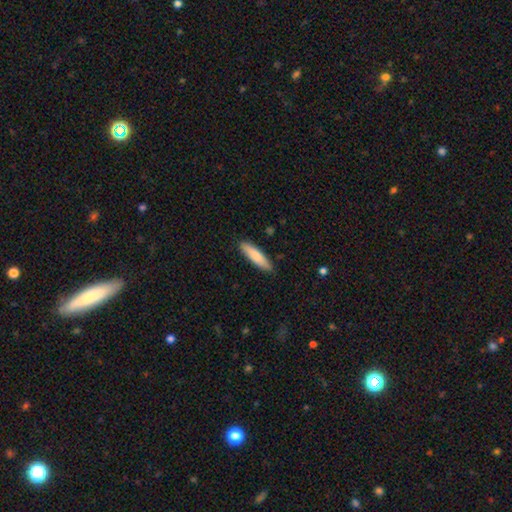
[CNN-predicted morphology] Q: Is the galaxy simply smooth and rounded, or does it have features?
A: smooth — 79%.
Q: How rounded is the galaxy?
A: cigar-shaped — 74%.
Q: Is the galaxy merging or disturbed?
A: none — 89%.